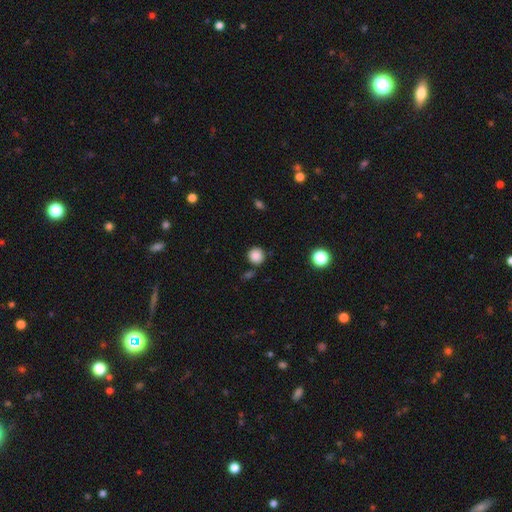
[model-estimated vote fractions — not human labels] The model was most divided on "merging": none: 83%, minor disturbance: 9%, merger: 5%, major disturbance: 3%. More confident: how rounded — round (92%); smooth or featured — smooth (86%).